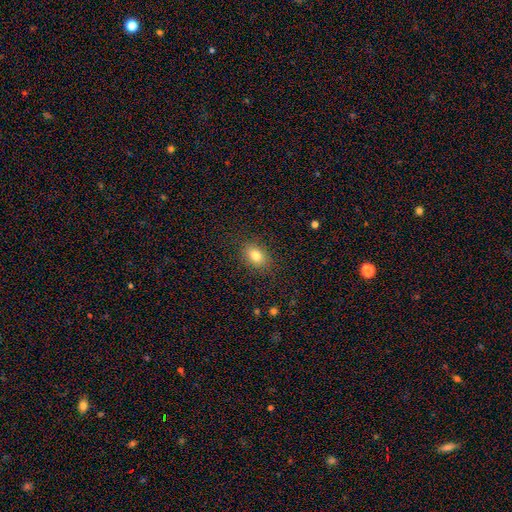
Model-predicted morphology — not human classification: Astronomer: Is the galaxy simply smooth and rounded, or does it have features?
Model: smooth — 81%.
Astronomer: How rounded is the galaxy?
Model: in between — 70%.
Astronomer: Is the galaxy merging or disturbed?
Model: none — 86%.